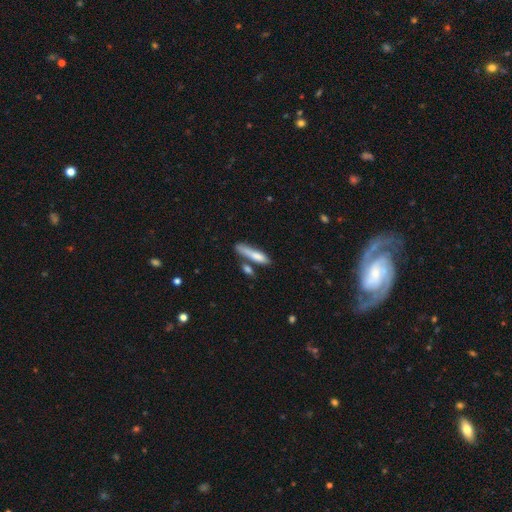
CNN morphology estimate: type=smooth (76%); roundness=cigar-shaped (78%); merging=none (47%).